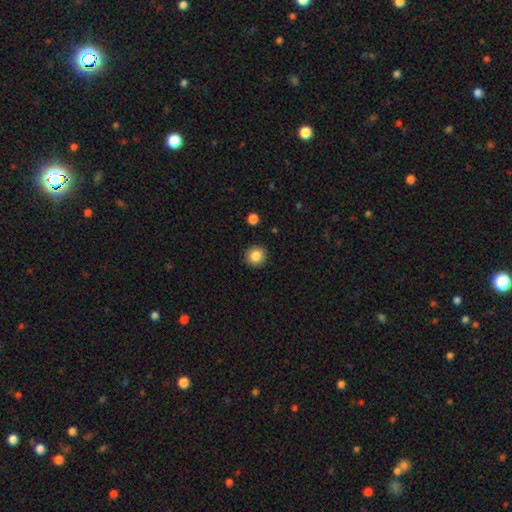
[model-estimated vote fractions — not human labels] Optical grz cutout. It shows a smooth galaxy with no disk features (85%) that is round (91%). Merging: none (91%).